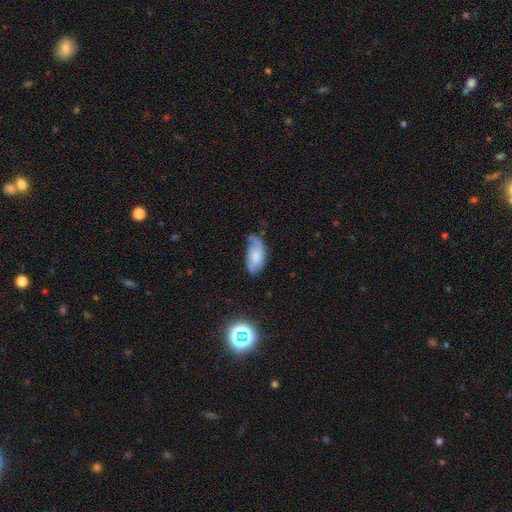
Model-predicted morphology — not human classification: A smooth galaxy with no disk features (52%) that is in between round and cigar-shaped (92%).

Vote fractions:
- Smooth or featured? smooth: 52% / featured or disk: 39% / star or artifact: 8%
- How rounded? in between: 92% / cigar-shaped: 4% / round: 4%
- Merging? none: 41% / minor disturbance: 37% / major disturbance: 19% / merger: 3%